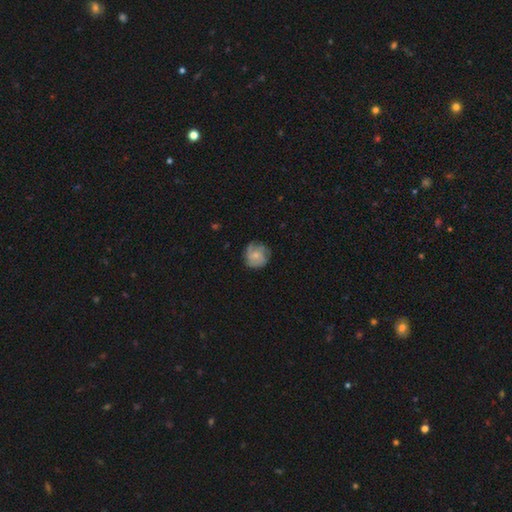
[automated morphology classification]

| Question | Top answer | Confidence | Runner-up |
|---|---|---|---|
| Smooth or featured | featured or disk | 61% | smooth (31%) |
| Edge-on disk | no | 98% | yes (2%) |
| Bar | no | 78% | weak (19%) |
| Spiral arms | yes | 90% | no (10%) |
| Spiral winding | tight | 51% | medium (37%) |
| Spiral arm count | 3 | 37% | can't tell (25%) |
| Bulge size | small | 58% | moderate (35%) |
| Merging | none | 71% | minor disturbance (20%) |